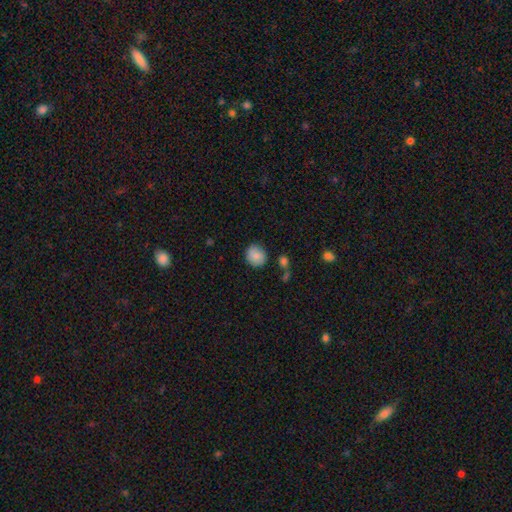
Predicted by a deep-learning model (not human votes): Q: Smooth or featured?
A: smooth (84%); runner-up: featured or disk (8%)
Q: How rounded?
A: round (80%); runner-up: in between (19%)
Q: Merging?
A: none (82%); runner-up: minor disturbance (12%)